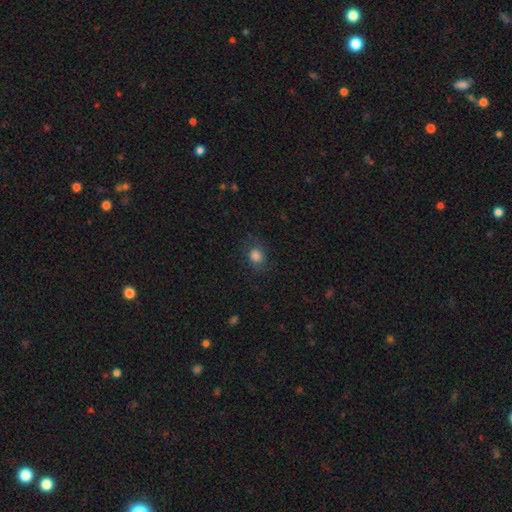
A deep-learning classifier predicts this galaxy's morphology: A smooth galaxy with no disk features (72%) that is round (60%). Merging: none (70%).